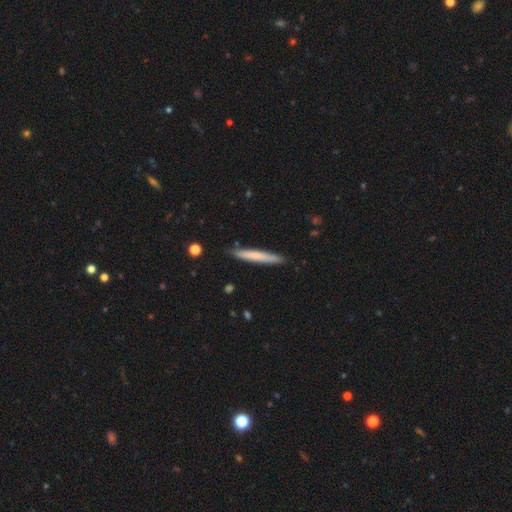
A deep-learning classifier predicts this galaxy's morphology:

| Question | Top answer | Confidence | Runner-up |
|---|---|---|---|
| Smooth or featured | smooth | 67% | featured or disk (27%) |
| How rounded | cigar-shaped | 95% | in between (3%) |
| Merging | none | 87% | minor disturbance (9%) |